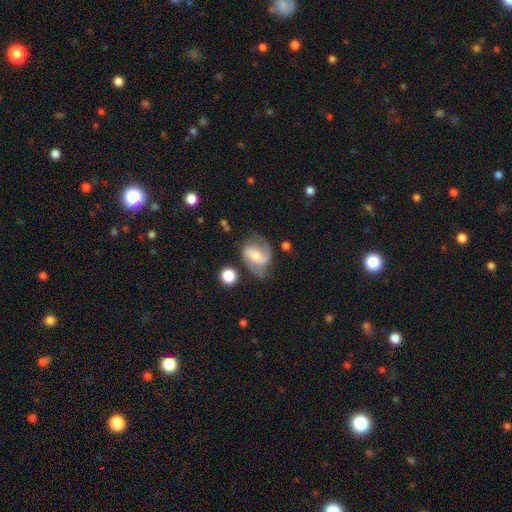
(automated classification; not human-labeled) Smooth or featured? featured or disk (72%)
Edge-on disk? no (97%)
Bar? weak (42%)
Spiral arms? yes (88%)
Spiral winding? medium (45%)
Spiral arm count? 2 (80%)
Bulge size? moderate (59%)
Merging? none (56%)